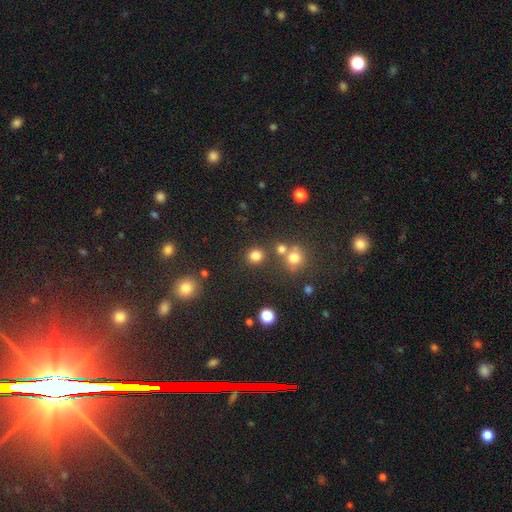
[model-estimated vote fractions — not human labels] A smooth galaxy with no disk features (79%) that is round (87%).

Vote fractions:
- Smooth or featured? smooth: 79% / star or artifact: 16% / featured or disk: 5%
- How rounded? round: 87% / in between: 12% / cigar-shaped: 1%
- Merging? none: 80% / merger: 9% / minor disturbance: 8% / major disturbance: 3%